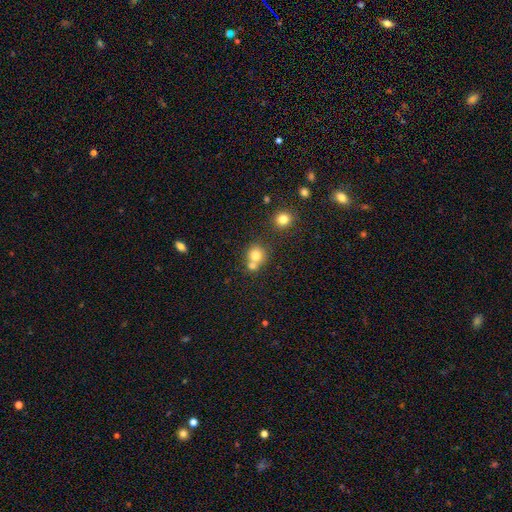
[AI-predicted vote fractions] The model was most divided on "merging": none: 50%, merger: 40%, minor disturbance: 7%, major disturbance: 3%. More confident: how rounded — round (86%); smooth or featured — smooth (76%).